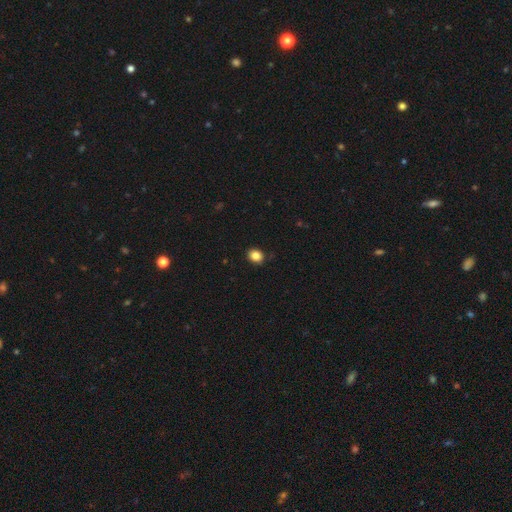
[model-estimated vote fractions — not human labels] This is clearly a smooth galaxy (86%). How rounded: likely round (65%). Merging: clearly none (85%).